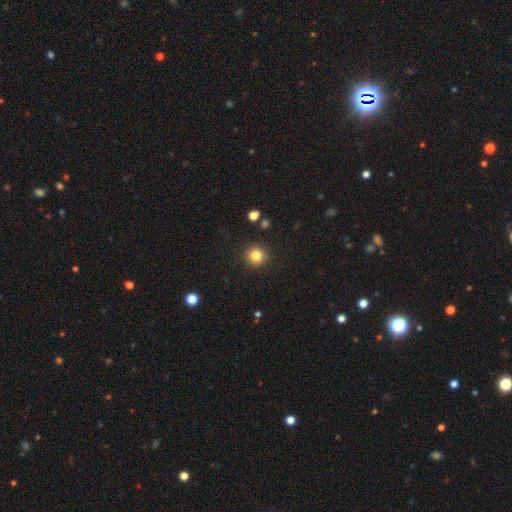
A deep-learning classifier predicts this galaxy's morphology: This is clearly a smooth galaxy (82%). How rounded: clearly round (93%). Merging: clearly none (91%).